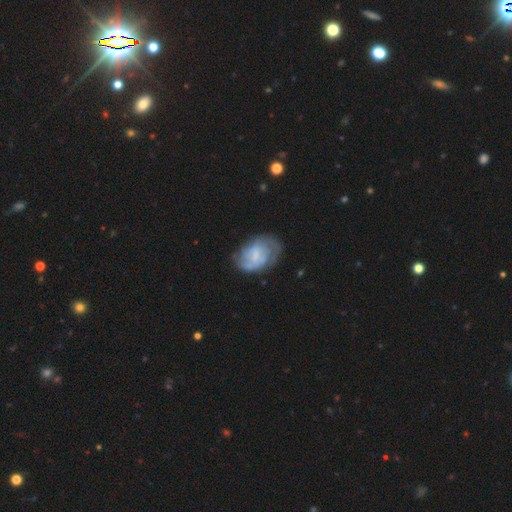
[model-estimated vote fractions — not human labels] Smooth or featured: featured or disk — 60% (smooth — 32%)
Edge-on disk: no — 97% (yes — 3%)
Bar: weak — 48% (no — 39%)
Spiral arms: yes — 75% (no — 25%)
Bulge size: none — 39% (small — 32%)
Merging: none — 56% (minor disturbance — 26%)